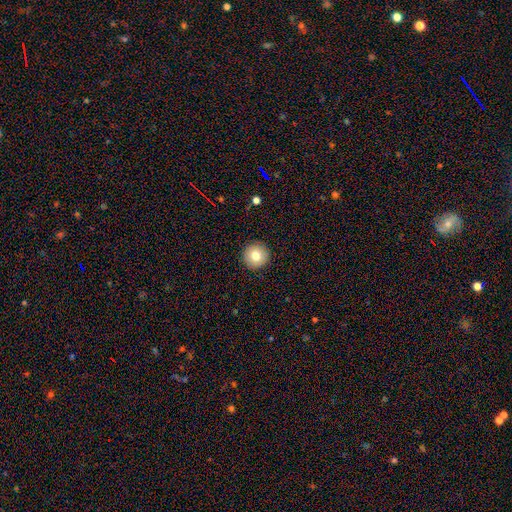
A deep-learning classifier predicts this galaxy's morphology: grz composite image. It shows a smooth galaxy with no disk features (80%) that is round (96%). Merging: none (93%).